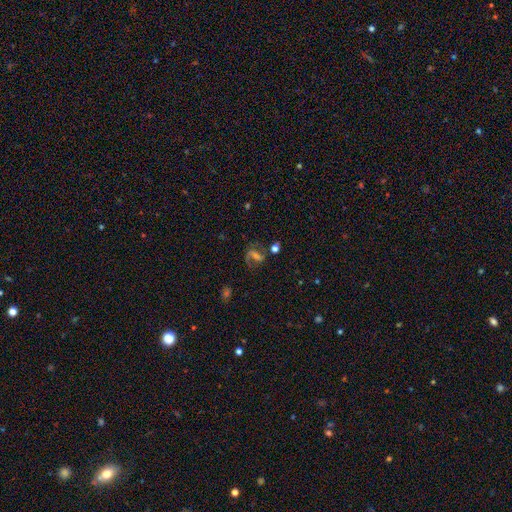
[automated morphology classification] The model was most divided on "bulge size": small: 36%, moderate: 32%, none: 20%, large: 10%, dominant: 3%. Remaining: edge-on disk — no (95%); spiral arms — yes (87%); spiral arm count — 2 (80%); smooth or featured — featured or disk (64%); merging — none (62%); spiral winding — medium (46%); bar — weak (40%).